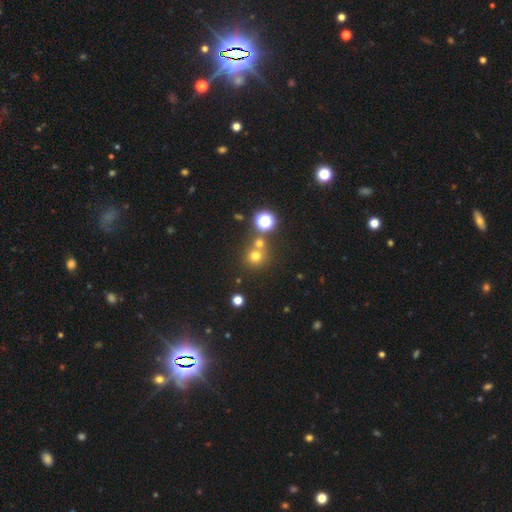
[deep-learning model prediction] Q: Smooth or featured?
A: smooth (68%); runner-up: star or artifact (23%)
Q: How rounded?
A: round (89%); runner-up: in between (10%)
Q: Merging?
A: none (62%); runner-up: merger (27%)